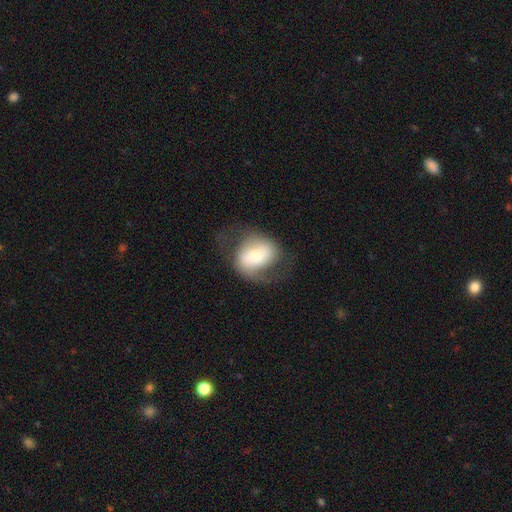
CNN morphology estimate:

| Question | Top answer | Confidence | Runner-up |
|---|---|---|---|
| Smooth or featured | featured or disk | 53% | smooth (40%) |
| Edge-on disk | no | 96% | yes (4%) |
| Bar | no | 50% | weak (32%) |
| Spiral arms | yes | 79% | no (21%) |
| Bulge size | moderate | 46% | small (30%) |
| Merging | none | 53% | minor disturbance (23%) |